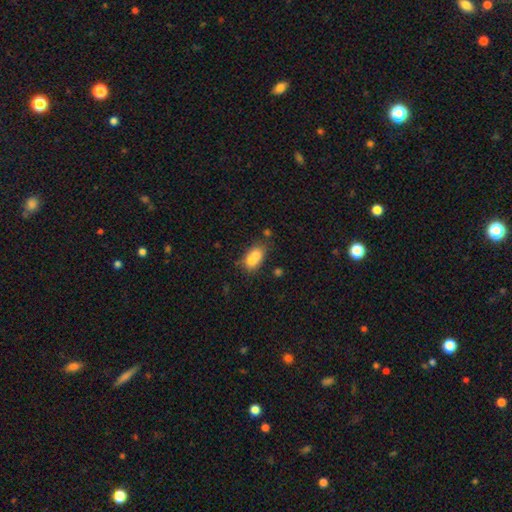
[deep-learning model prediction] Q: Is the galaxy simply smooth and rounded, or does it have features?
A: smooth — 69%.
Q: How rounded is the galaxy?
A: in between — 66%.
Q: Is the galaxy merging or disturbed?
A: merger — 57%.